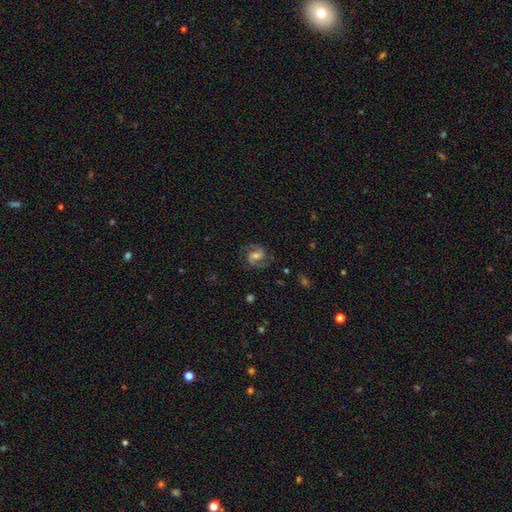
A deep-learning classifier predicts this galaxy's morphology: This appears to be a featured or disk galaxy (88%) with a weak bar (46%), 2 (93%) medium (61%) spiral arms (98%) and a moderate central bulge (56%). Merging: none (83%).